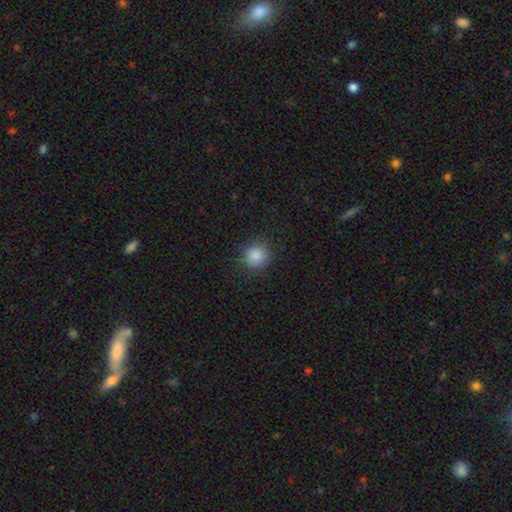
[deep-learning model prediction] This is clearly a smooth galaxy (87%). How rounded: clearly round (92%). Merging: clearly none (88%).